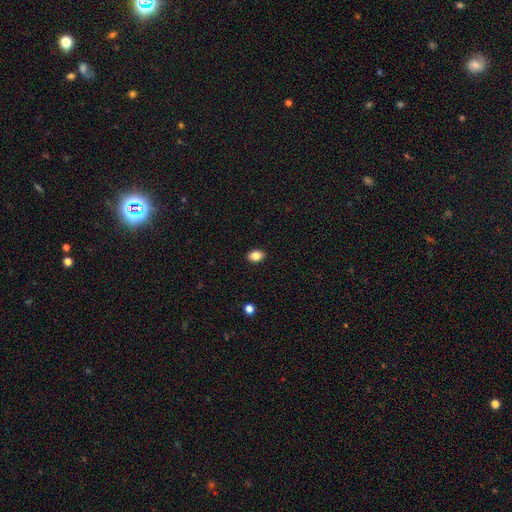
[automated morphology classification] Q: Smooth or featured?
A: smooth (85%); runner-up: star or artifact (9%)
Q: How rounded?
A: in between (81%); runner-up: round (18%)
Q: Merging?
A: none (89%); runner-up: minor disturbance (8%)